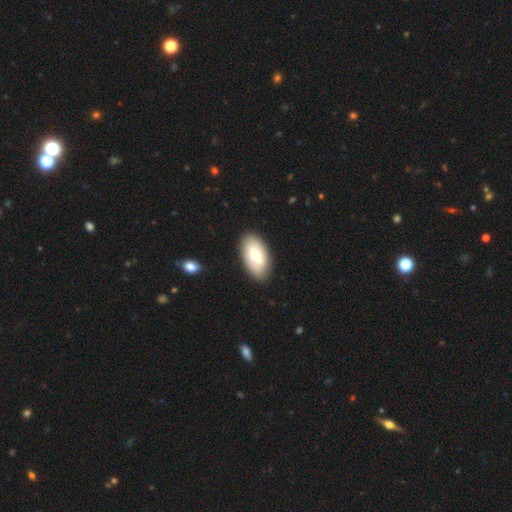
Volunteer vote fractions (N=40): Volunteers were most divided on "smooth or featured": featured or disk: 52%, smooth: 40%, star or artifact: 8%. More confident: merging — none (95%); edge-on disk — no (90%); spiral arms — no (89%); bulge size — moderate (68%); bar — weak (53%).